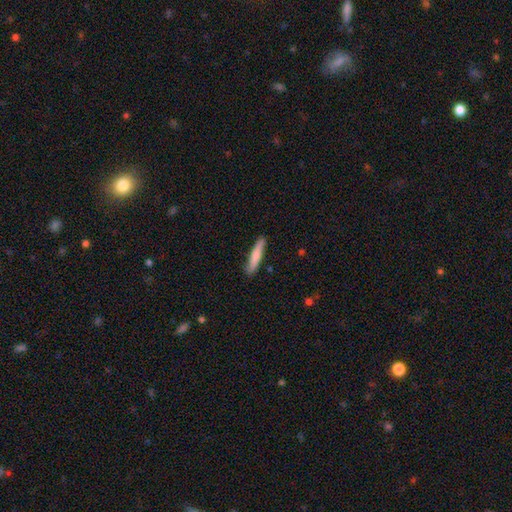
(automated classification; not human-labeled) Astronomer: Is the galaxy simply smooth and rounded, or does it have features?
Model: smooth — 72%.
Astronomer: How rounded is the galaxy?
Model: cigar-shaped — 90%.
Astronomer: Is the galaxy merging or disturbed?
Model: none — 85%.